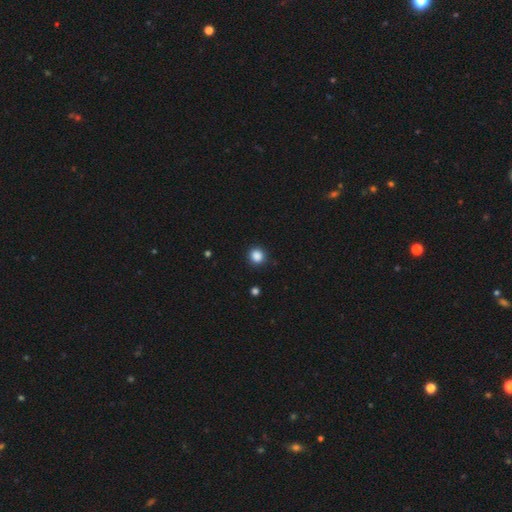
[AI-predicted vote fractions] This appears to be a smooth galaxy with no disk features (86%) that is round (91%). Merging: none (90%).